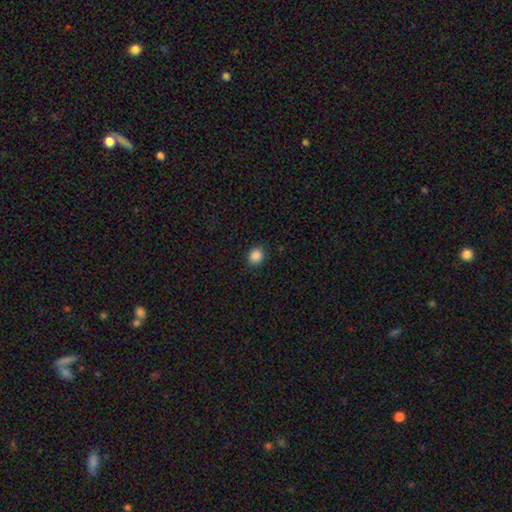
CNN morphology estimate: Smooth or featured?
  - smooth: 87% *
  - star or artifact: 10%
  - featured or disk: 3%
How rounded?
  - round: 66% *
  - in between: 33%
  - cigar-shaped: 1%
Merging?
  - none: 90% *
  - minor disturbance: 7%
  - major disturbance: 2%
  - merger: 1%